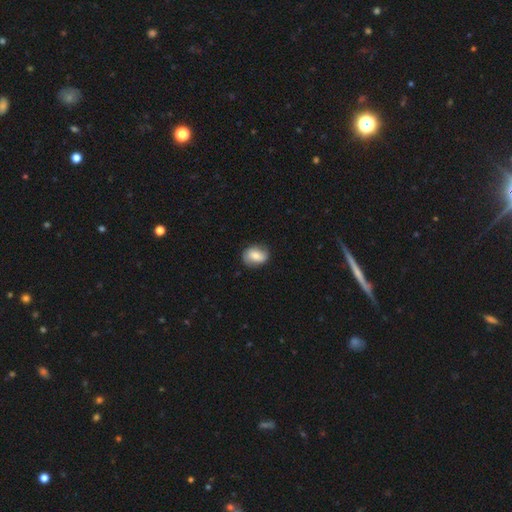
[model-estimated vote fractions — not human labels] Overall: smooth (69%). How rounded: in between (60%; round 39%). Merging: none (79%).